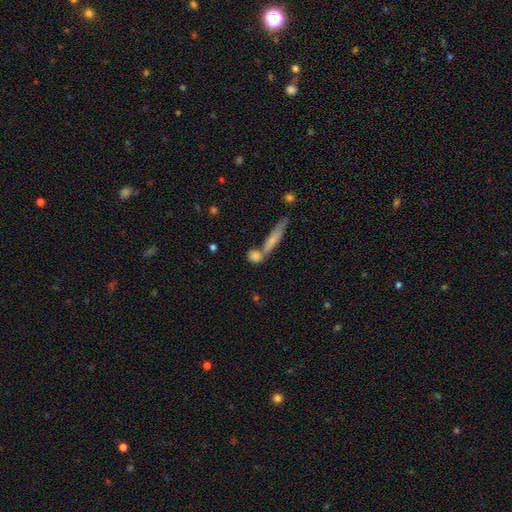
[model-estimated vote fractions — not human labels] A smooth galaxy with no disk features (76%) that is round (39%).

Vote fractions:
- Smooth or featured? smooth: 76% / featured or disk: 16% / star or artifact: 9%
- How rounded? round: 39% / cigar-shaped: 32% / in between: 28%
- Merging? none: 51% / merger: 34% / minor disturbance: 11% / major disturbance: 5%